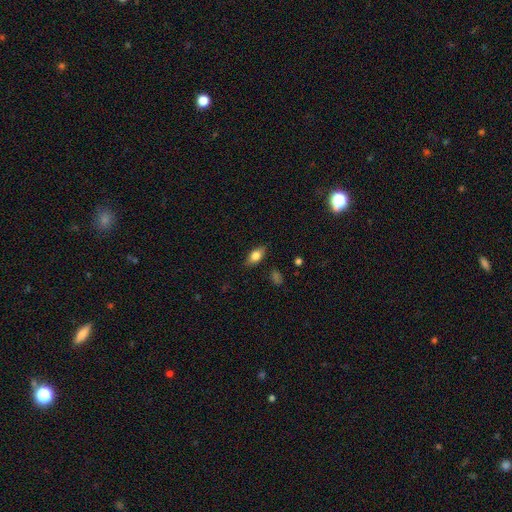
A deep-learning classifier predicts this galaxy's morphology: Smooth or featured? Predicted: smooth (p=0.76). How rounded? Predicted: in between (p=0.85). Merging? Predicted: none (p=0.80).